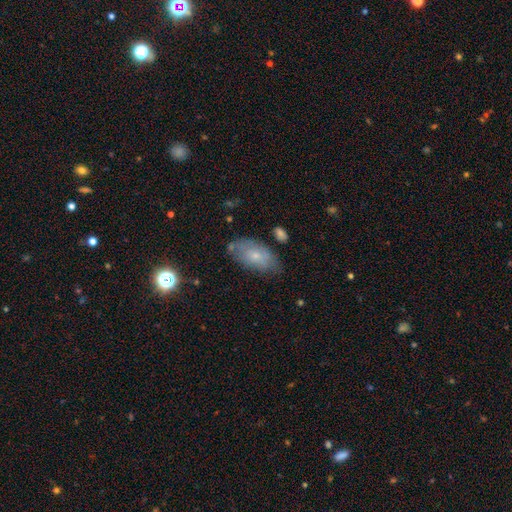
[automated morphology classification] This is likely a smooth galaxy (62%). How rounded: clearly in between (92%). Merging: likely none (63%).